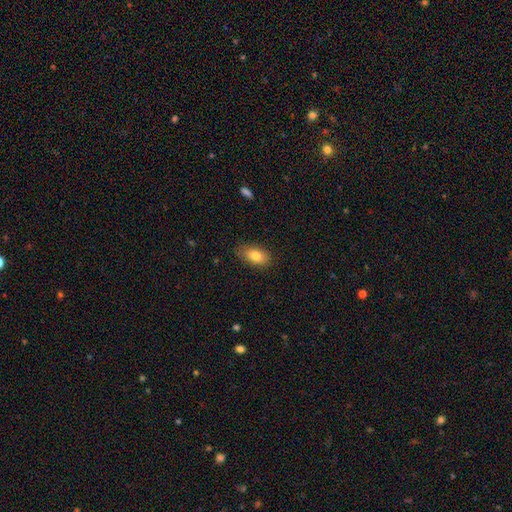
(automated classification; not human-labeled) smooth_or_featured: smooth (p=0.80) [alt: featured or disk p=0.12]
how_rounded: in between (p=0.89) [alt: round p=0.07]
merging: none (p=0.80) [alt: minor disturbance p=0.15]